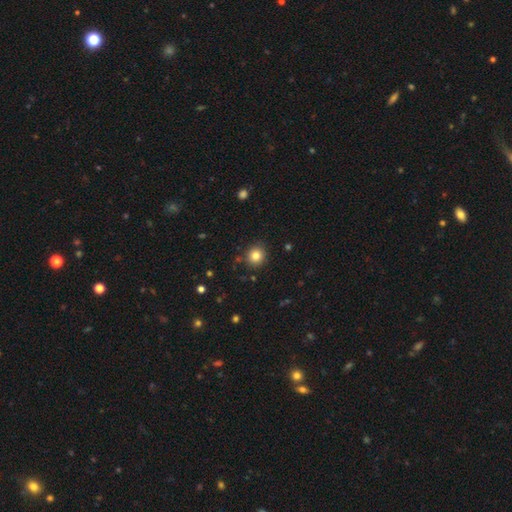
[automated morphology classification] smooth 82%, star or artifact 12%, featured or disk 6%. Down the decision tree: how rounded — round (90%); merging — none (87%).